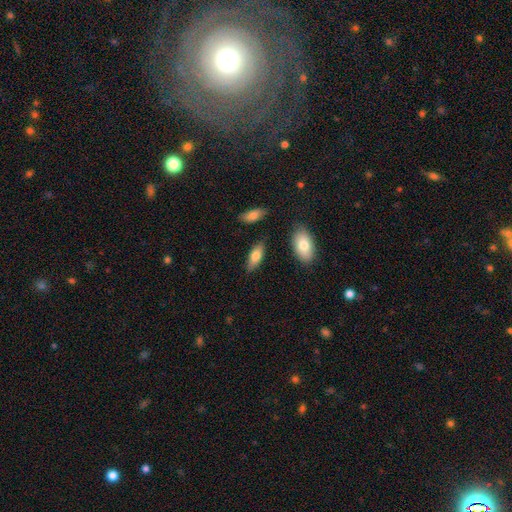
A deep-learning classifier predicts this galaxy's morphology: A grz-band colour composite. It shows a smooth galaxy with no disk features (74%) that is in between round and cigar-shaped (76%). Merging: none (80%).